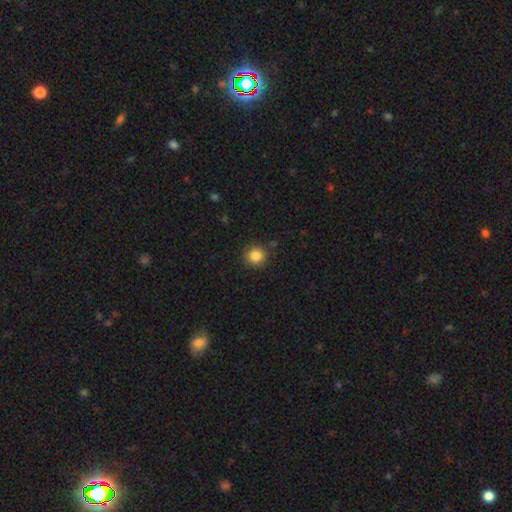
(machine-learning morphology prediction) Smooth or featured? smooth (85%)
How rounded? round (90%)
Merging? none (88%)